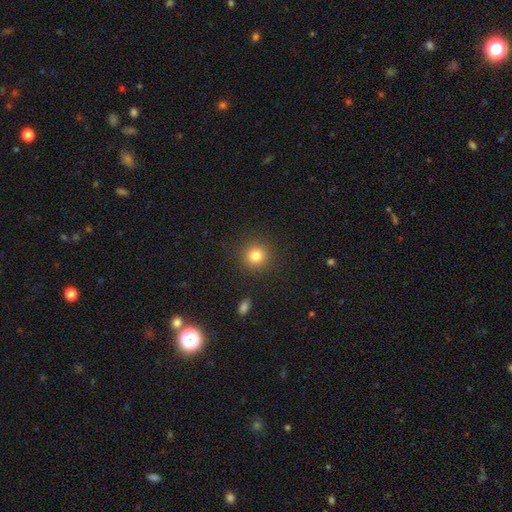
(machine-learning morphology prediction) This is clearly a smooth galaxy (81%). How rounded: clearly round (93%). Merging: clearly none (90%).